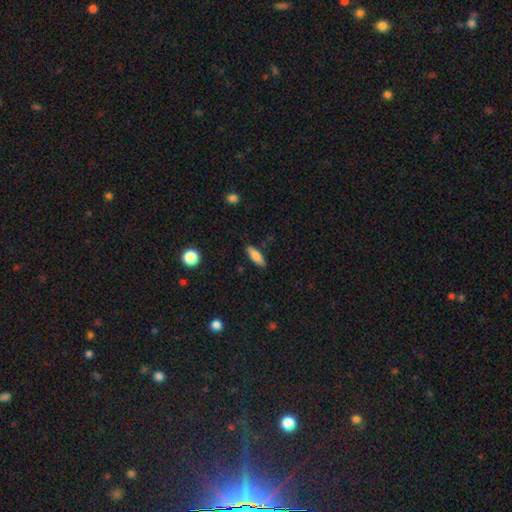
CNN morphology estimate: Smooth or featured? smooth (77%)
How rounded? in between (51%)
Merging? none (87%)